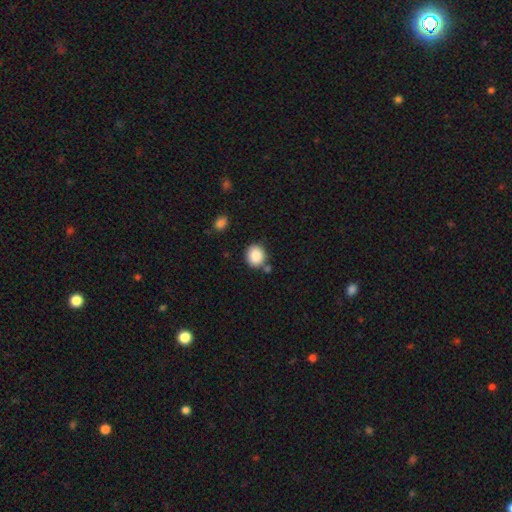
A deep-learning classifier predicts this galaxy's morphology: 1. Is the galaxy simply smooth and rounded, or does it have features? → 87% smooth, 8% star or artifact, 4% featured or disk.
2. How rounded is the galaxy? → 80% round, 19% in between, 1% cigar-shaped.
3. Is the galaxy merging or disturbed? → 78% none, 11% minor disturbance, 9% merger, 3% major disturbance.